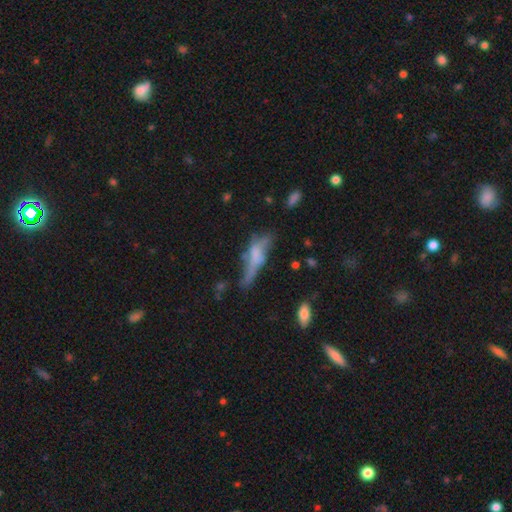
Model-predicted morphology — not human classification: smooth_or_featured: smooth (p=0.48) [alt: featured or disk p=0.41]
merging: none (p=0.34) [alt: minor disturbance p=0.28]